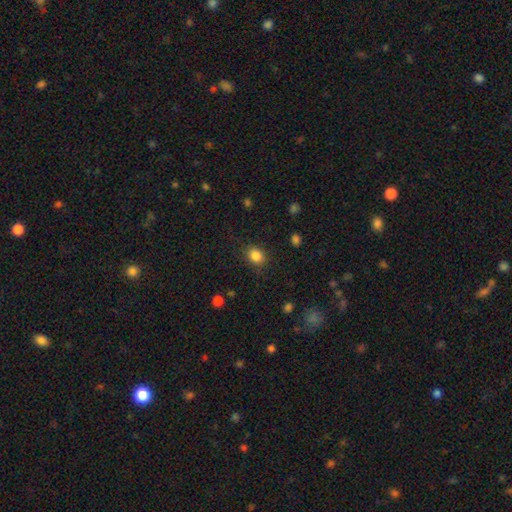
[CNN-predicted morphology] smooth_or_featured: smooth (p=0.85) [alt: star or artifact p=0.11]
how_rounded: round (p=0.54) [alt: in between p=0.45]
merging: none (p=0.81) [alt: minor disturbance p=0.13]